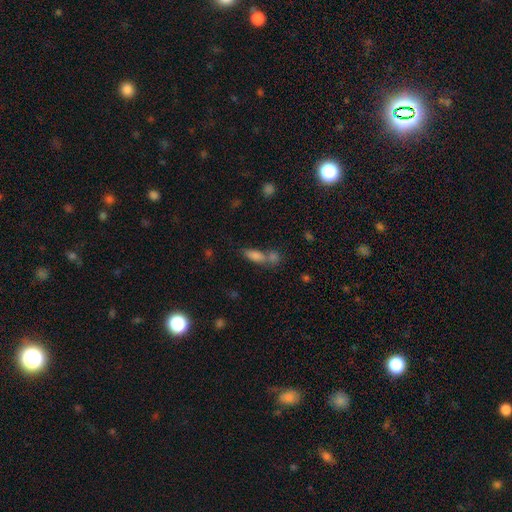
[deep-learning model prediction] Smooth or featured? Predicted: smooth (p=0.78). How rounded? Predicted: in between (p=0.73). Merging? Predicted: merger (p=0.46).